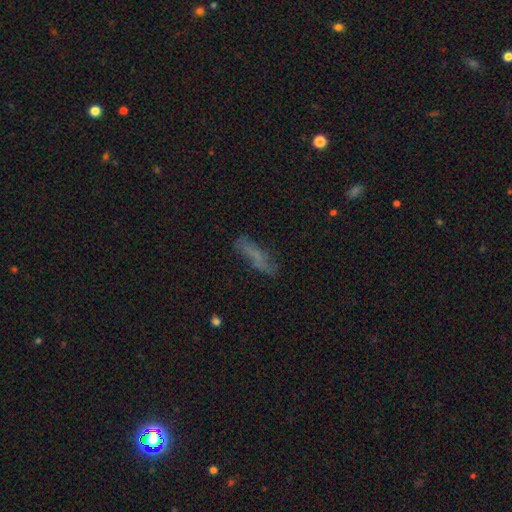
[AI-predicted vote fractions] Morphology: type=smooth (54%); roundness=cigar-shaped (65%); merging=none (65%).